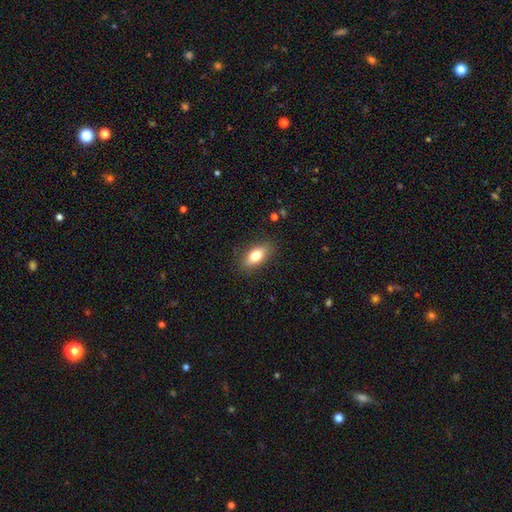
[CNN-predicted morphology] Smooth or featured: smooth — 77% (featured or disk — 15%)
How rounded: in between — 84% (cigar-shaped — 10%)
Merging: none — 86% (minor disturbance — 10%)